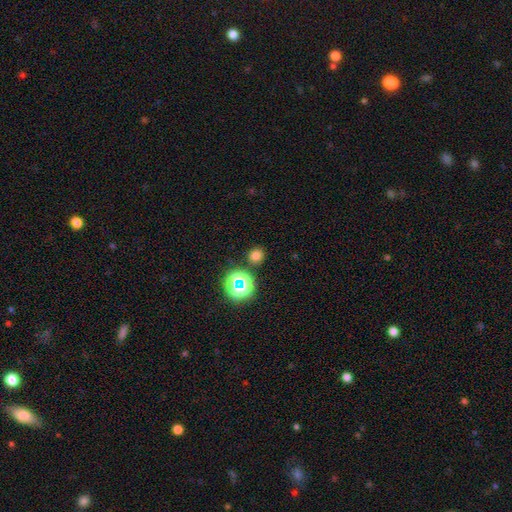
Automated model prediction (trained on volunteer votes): A smooth galaxy with no disk features (71%) that is round (90%).

Vote fractions:
- Smooth or featured? smooth: 71% / star or artifact: 24% / featured or disk: 5%
- How rounded? round: 90% / in between: 9% / cigar-shaped: 1%
- Merging? none: 87% / minor disturbance: 6% / merger: 4% / major disturbance: 3%